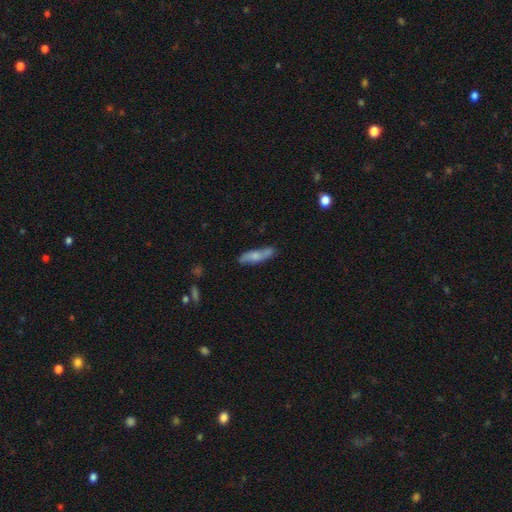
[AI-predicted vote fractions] Overall: smooth (56%; featured or disk 37%). How rounded: cigar-shaped (73%). Merging: none (71%).